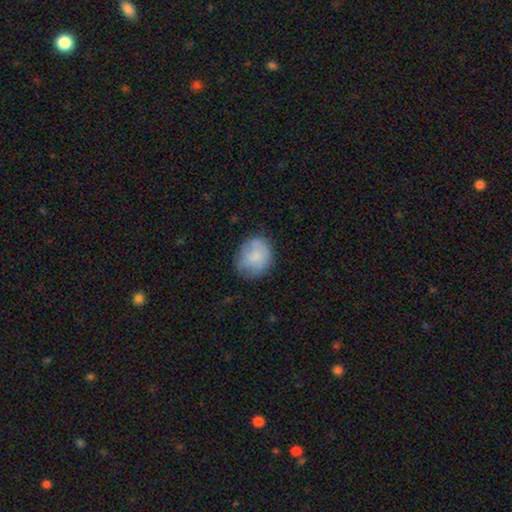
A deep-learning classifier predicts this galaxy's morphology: A smooth galaxy with no disk features (75%) that is round (67%).

Vote fractions:
- Smooth or featured? smooth: 75% / featured or disk: 17% / star or artifact: 8%
- How rounded? round: 67% / in between: 32% / cigar-shaped: 1%
- Merging? none: 65% / minor disturbance: 24% / major disturbance: 8% / merger: 3%